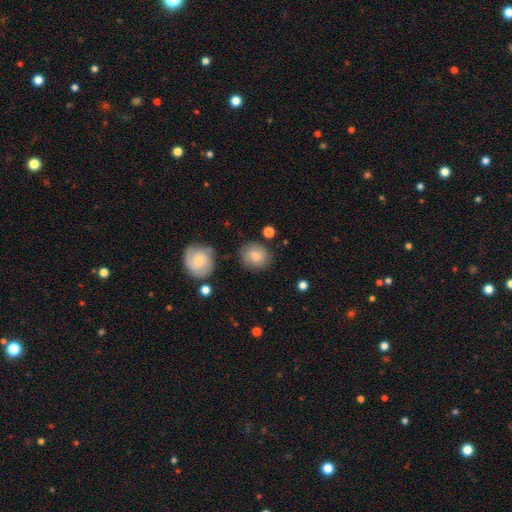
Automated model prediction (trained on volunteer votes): Morphology: type=smooth (77%); roundness=round (82%); merging=none (78%).